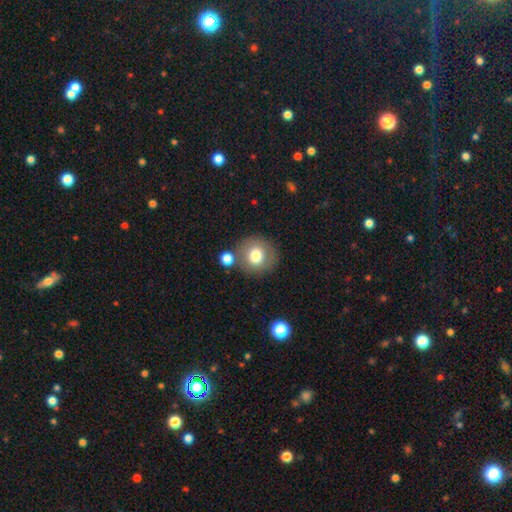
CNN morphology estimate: A smooth galaxy with no disk features (73%) that is round (90%).

Vote fractions:
- Smooth or featured? smooth: 73% / featured or disk: 17% / star or artifact: 10%
- How rounded? round: 90% / in between: 9% / cigar-shaped: 1%
- Merging? none: 74% / minor disturbance: 11% / merger: 11% / major disturbance: 4%